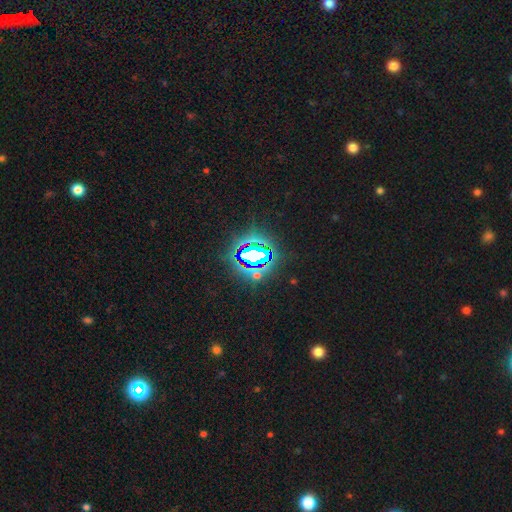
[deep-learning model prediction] star or artifact 76%, smooth 13%, featured or disk 12%.